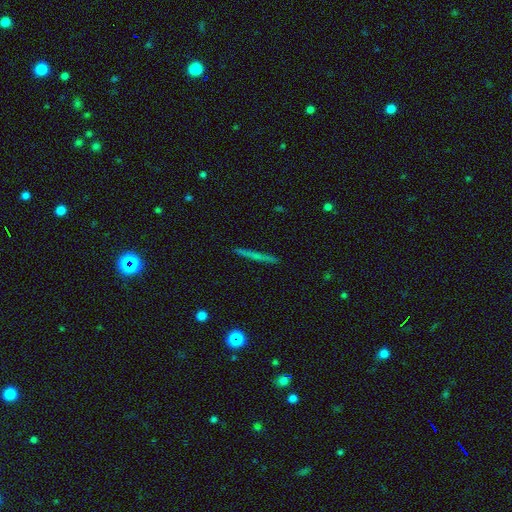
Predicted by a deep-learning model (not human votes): This is possibly a featured or disk galaxy (48%). Merging: clearly none (91%).